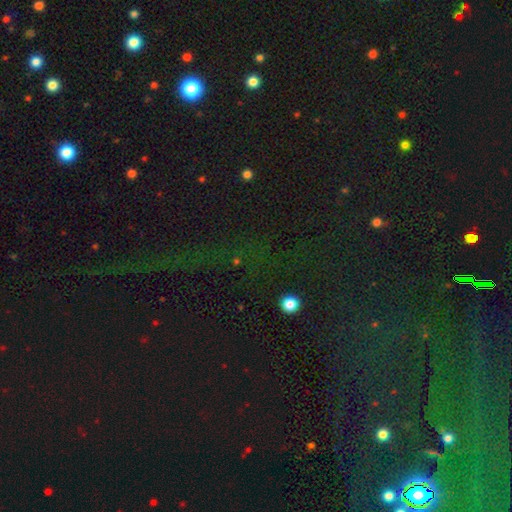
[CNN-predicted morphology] This appears to be a star or artifact, not a galaxy (79%).